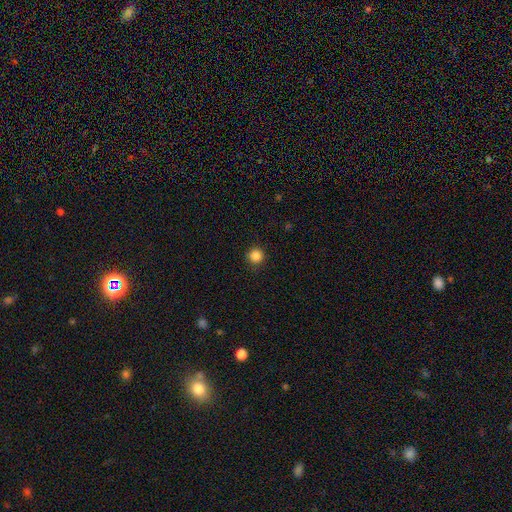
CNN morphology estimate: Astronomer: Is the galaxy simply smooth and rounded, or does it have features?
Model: smooth — 85%.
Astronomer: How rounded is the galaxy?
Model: round — 95%.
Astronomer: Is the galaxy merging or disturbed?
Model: none — 91%.